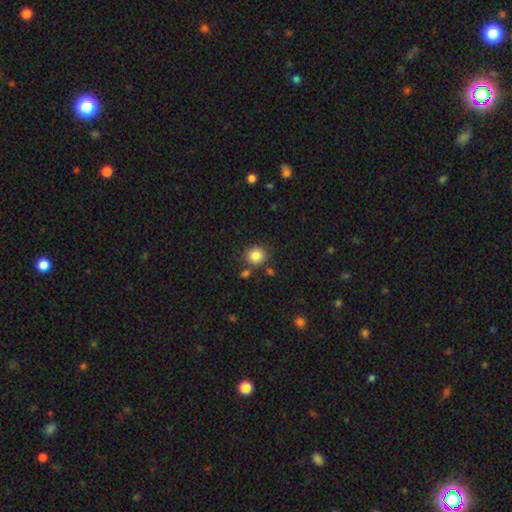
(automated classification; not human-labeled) This is clearly a smooth galaxy (85%). How rounded: clearly round (85%). Merging: clearly none (81%).